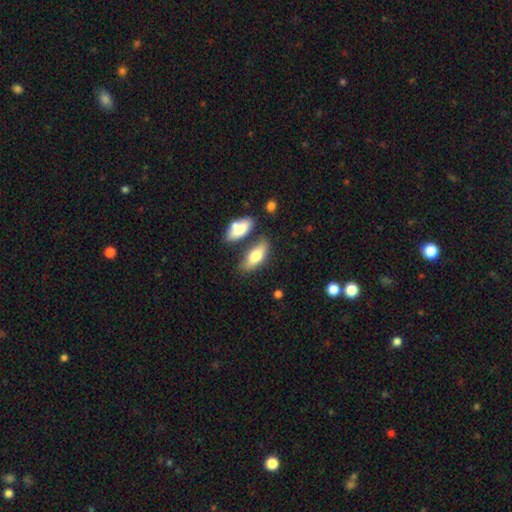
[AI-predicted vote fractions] Overall: smooth (72%). How rounded: in between (79%). Merging: none (61%).